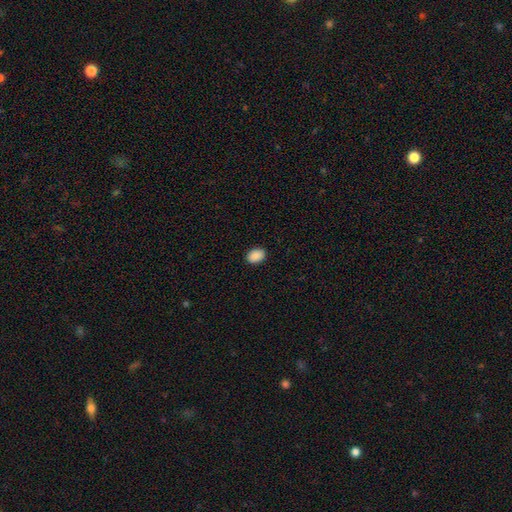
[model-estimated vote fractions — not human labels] smooth-or-featured: smooth: 90% | star or artifact: 8% | featured or disk: 2%
  how-rounded: in between: 79% | round: 20% | cigar-shaped: 1%
  merging: none: 91% | minor disturbance: 7% | major disturbance: 2% | merger: 1%